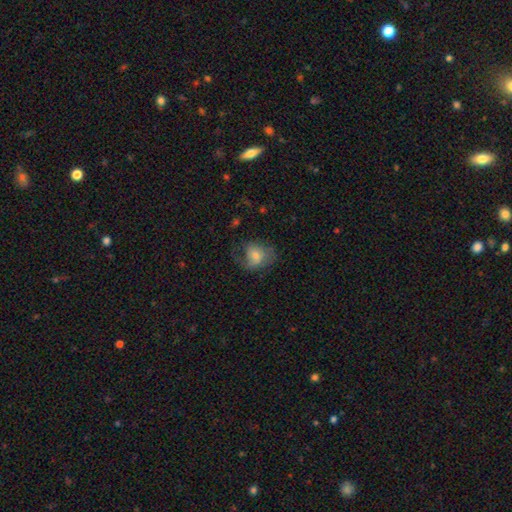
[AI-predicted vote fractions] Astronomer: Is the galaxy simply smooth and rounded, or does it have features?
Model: smooth — 51% (runner-up: featured or disk, 40%).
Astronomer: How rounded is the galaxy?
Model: round — 52% (runner-up: in between, 47%).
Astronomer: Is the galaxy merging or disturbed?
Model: none — 45% (runner-up: major disturbance, 28%).